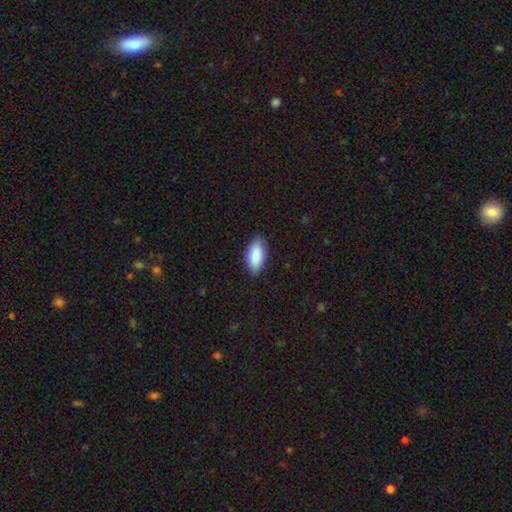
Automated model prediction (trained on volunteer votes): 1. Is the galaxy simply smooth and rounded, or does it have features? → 90% smooth, 5% star or artifact, 5% featured or disk.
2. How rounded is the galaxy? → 90% in between, 8% cigar-shaped, 2% round.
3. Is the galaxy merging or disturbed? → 86% none, 11% minor disturbance, 2% major disturbance, 1% merger.